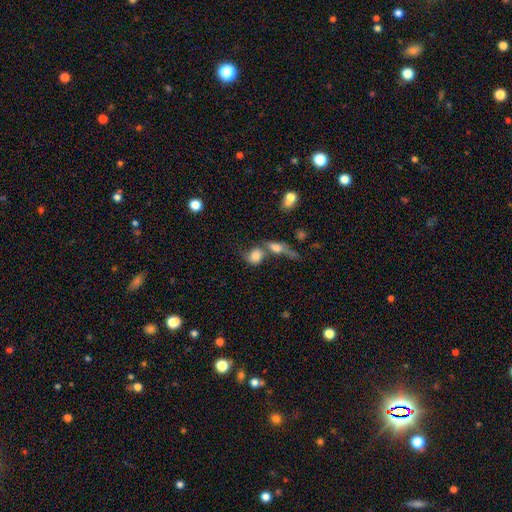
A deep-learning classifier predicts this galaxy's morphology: A smooth galaxy with no disk features (76%) that is round (60%).

Vote fractions:
- Smooth or featured? smooth: 76% / featured or disk: 15% / star or artifact: 9%
- How rounded? round: 60% / in between: 37% / cigar-shaped: 3%
- Merging? merger: 45% / none: 31% / minor disturbance: 13% / major disturbance: 10%